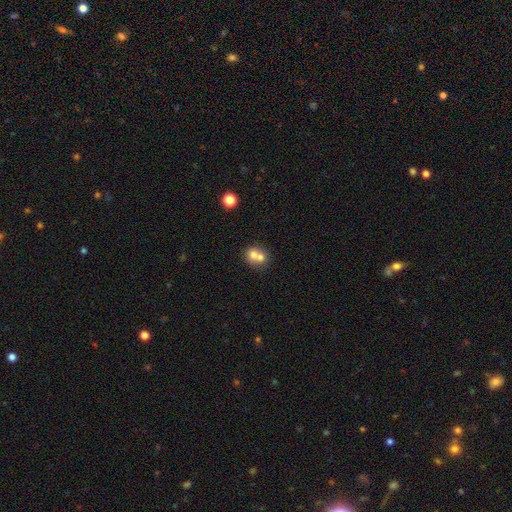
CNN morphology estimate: smooth_or_featured: smooth (p=0.67) [alt: featured or disk p=0.22]
how_rounded: round (p=0.72) [alt: in between p=0.27]
merging: merger (p=0.62) [alt: none p=0.29]